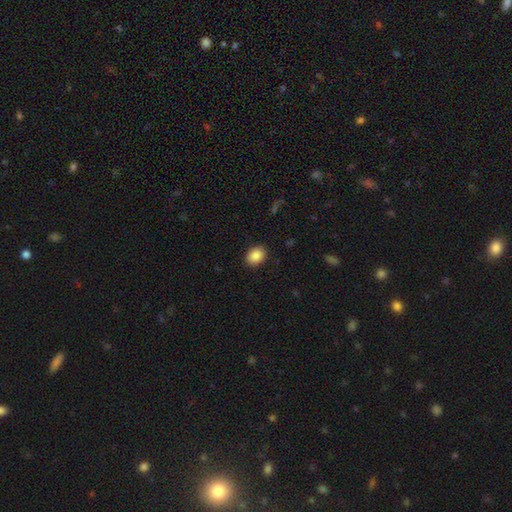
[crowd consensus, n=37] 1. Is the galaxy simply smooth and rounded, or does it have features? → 81% smooth, 11% featured or disk, 8% star or artifact.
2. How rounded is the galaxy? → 67% in between, 33% round, 0% cigar-shaped.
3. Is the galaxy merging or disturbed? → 97% none, 3% minor disturbance, 0% major disturbance, 0% merger.